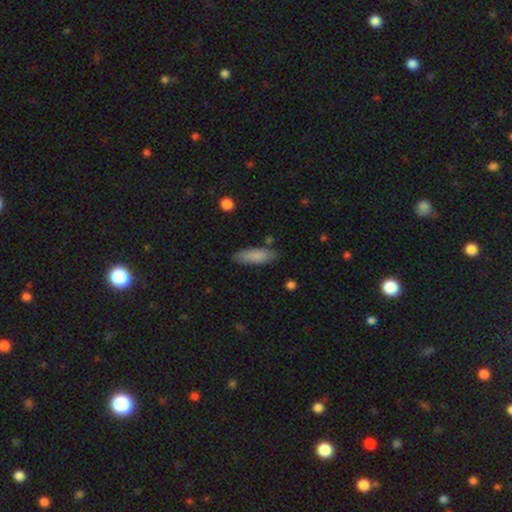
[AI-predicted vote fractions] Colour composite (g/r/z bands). It shows a smooth galaxy with no disk features (84%) that is in between round and cigar-shaped (57%). Merging: none (81%).